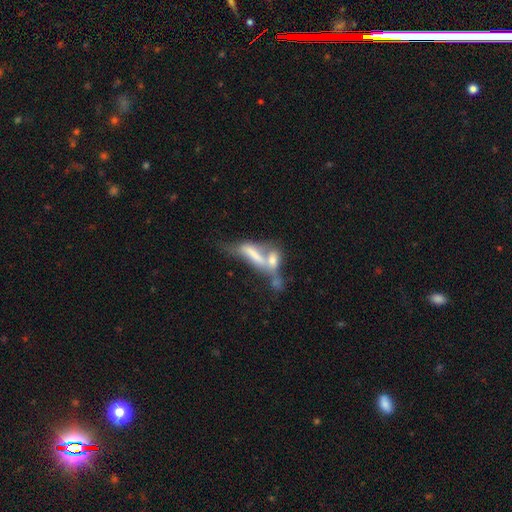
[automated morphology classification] Smooth or featured: smooth — 46% (featured or disk — 44%)
Merging: merger — 67% (major disturbance — 14%)